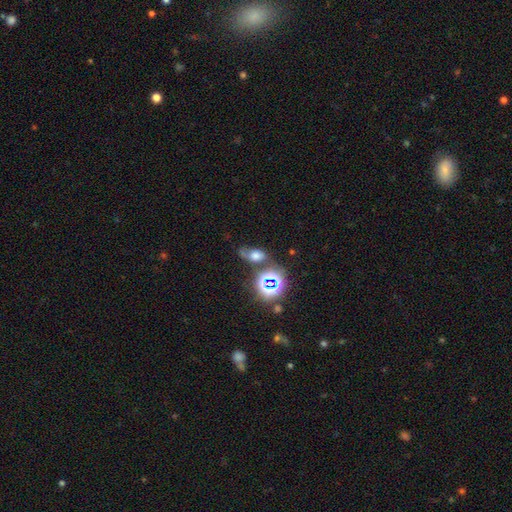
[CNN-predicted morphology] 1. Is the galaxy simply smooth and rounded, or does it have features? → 46% smooth, 27% featured or disk, 27% star or artifact.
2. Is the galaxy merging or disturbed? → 43% none, 24% minor disturbance, 19% major disturbance, 14% merger.